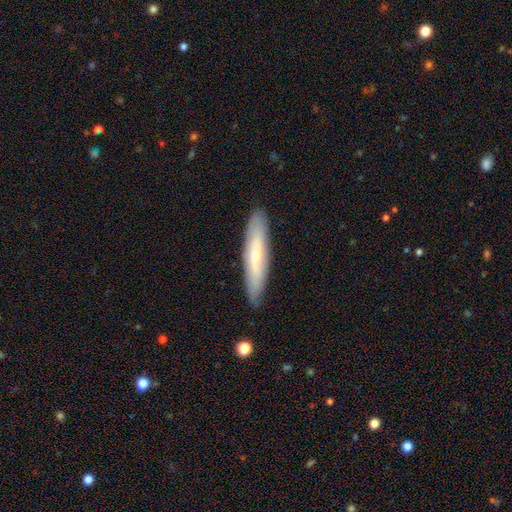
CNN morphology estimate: Smooth or featured? smooth (52%)
How rounded? cigar-shaped (84%)
Merging? none (87%)